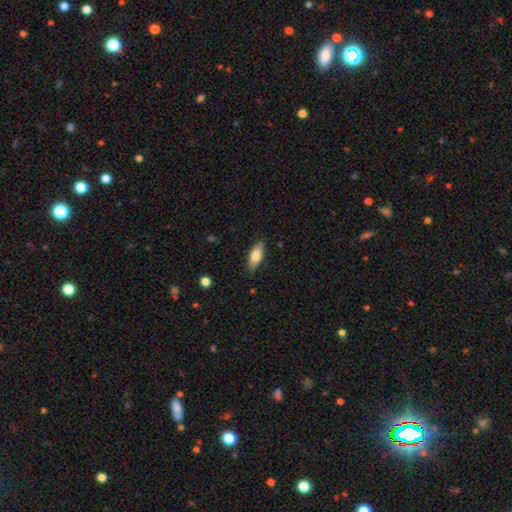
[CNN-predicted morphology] smooth-or-featured: smooth: 79% | featured or disk: 15% | star or artifact: 6%
  how-rounded: in between: 77% | cigar-shaped: 21% | round: 2%
  merging: none: 84% | minor disturbance: 12% | major disturbance: 2% | merger: 1%